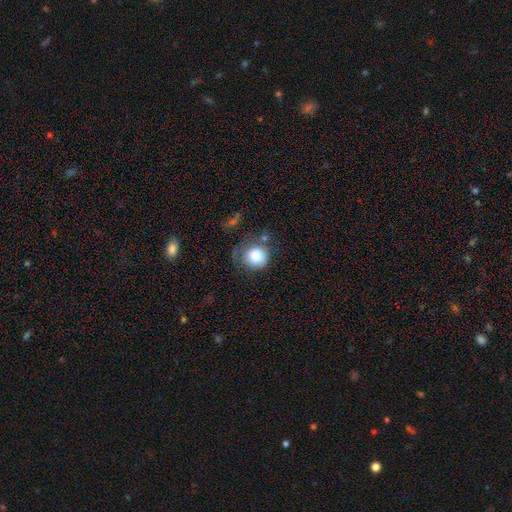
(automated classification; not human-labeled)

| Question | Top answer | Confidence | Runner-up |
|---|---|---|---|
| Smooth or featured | smooth | 81% | featured or disk (10%) |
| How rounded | round | 88% | in between (11%) |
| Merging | none | 56% | minor disturbance (24%) |